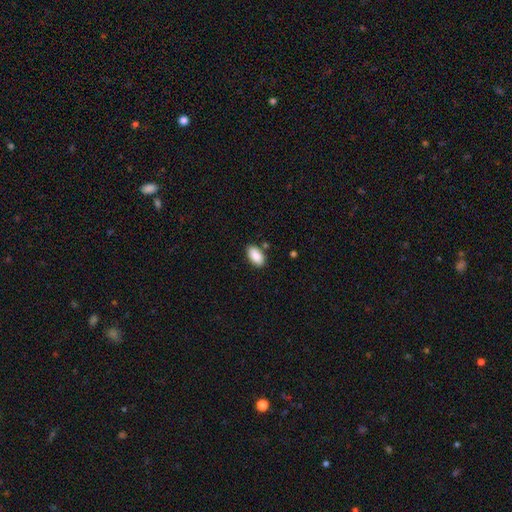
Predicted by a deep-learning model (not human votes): smooth 89%, star or artifact 7%, featured or disk 4%. Down the decision tree: how rounded — in between (94%); merging — none (84%).